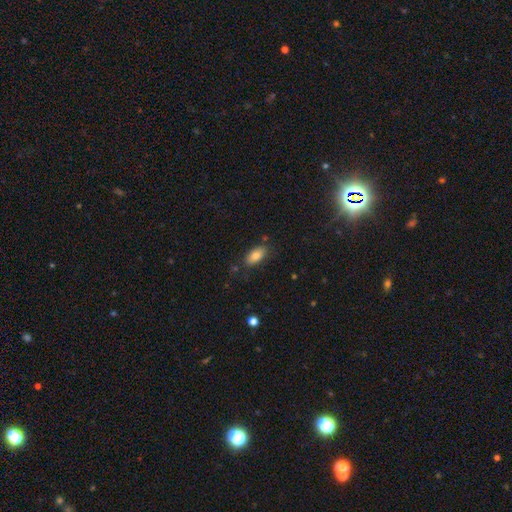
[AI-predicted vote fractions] Smooth or featured? Predicted: smooth (p=0.82). How rounded? Predicted: in between (p=0.90). Merging? Predicted: none (p=0.80).